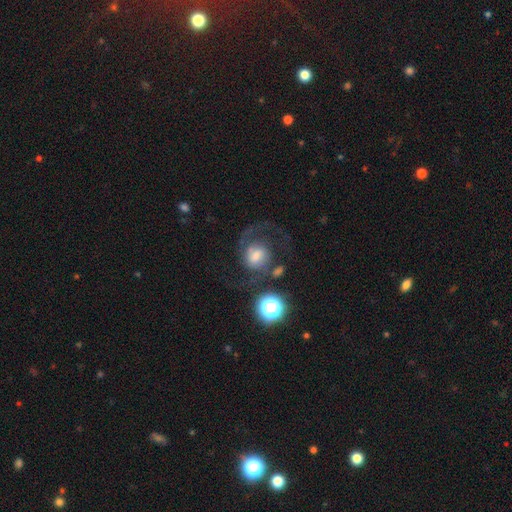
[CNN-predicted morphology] Smooth or featured?
  - featured or disk: 69% *
  - smooth: 20%
  - star or artifact: 11%
Edge-on disk?
  - no: 98% *
  - yes: 2%
Bar?
  - no: 46% *
  - weak: 43%
  - strong: 11%
Spiral arms?
  - yes: 92% *
  - no: 8%
Spiral winding?
  - medium: 47% *
  - loose: 38%
  - tight: 16%
Spiral arm count?
  - 2: 69% *
  - 1: 20%
  - can't tell: 6%
  - 3: 2%
  - 4: 1%
  - more than 4: 1%
Bulge size?
  - moderate: 39% *
  - small: 23%
  - large: 22%
  - none: 10%
  - dominant: 6%
Merging?
  - none: 48% *
  - major disturbance: 28%
  - minor disturbance: 15%
  - merger: 8%